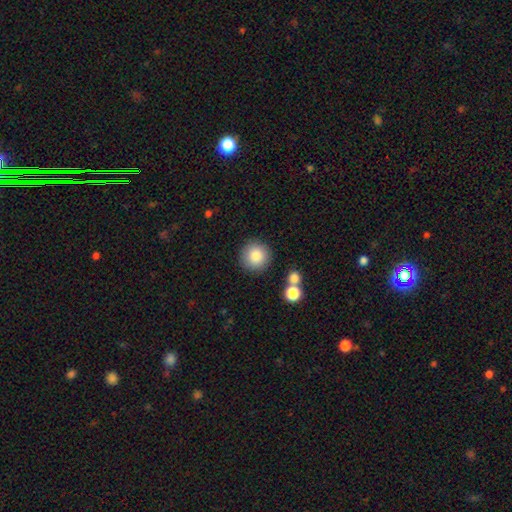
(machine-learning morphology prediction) The model was most divided on "smooth or featured": smooth: 85%, star or artifact: 9%, featured or disk: 7%. More confident: how rounded — round (95%); merging — none (86%).